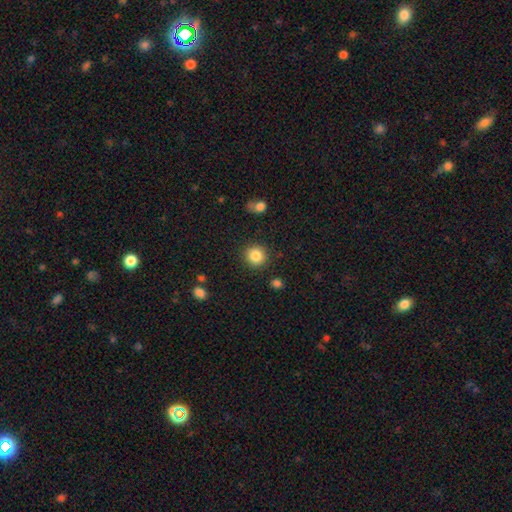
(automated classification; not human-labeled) Q: Smooth or featured?
A: smooth (85%); runner-up: star or artifact (10%)
Q: How rounded?
A: round (92%); runner-up: in between (7%)
Q: Merging?
A: none (89%); runner-up: minor disturbance (6%)